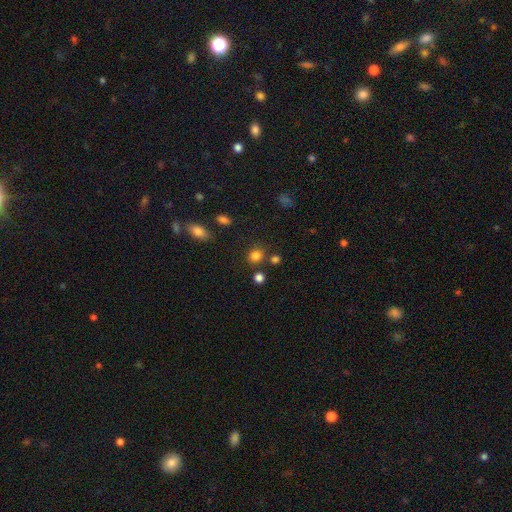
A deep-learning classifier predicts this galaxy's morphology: A smooth galaxy with no disk features (82%) that is round (79%).

Vote fractions:
- Smooth or featured? smooth: 82% / star or artifact: 13% / featured or disk: 5%
- How rounded? round: 79% / in between: 20% / cigar-shaped: 1%
- Merging? none: 77% / minor disturbance: 10% / merger: 9% / major disturbance: 4%